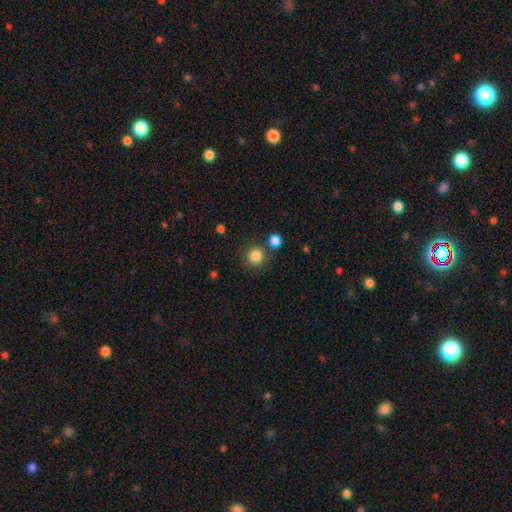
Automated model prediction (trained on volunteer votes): This is clearly a smooth galaxy (85%). How rounded: clearly round (92%). Merging: likely none (79%).